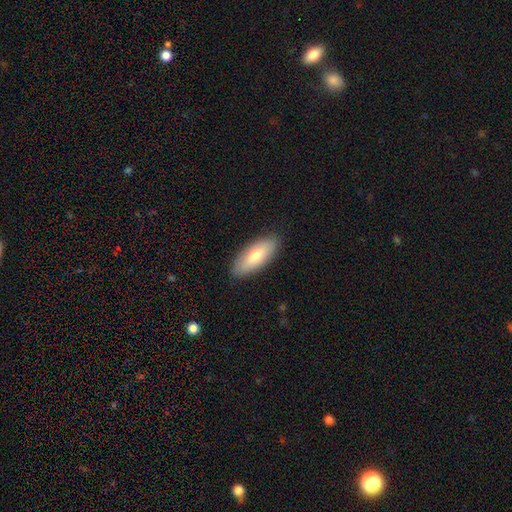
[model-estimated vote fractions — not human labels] Overall: smooth (72%). How rounded: in between (75%). Merging: none (89%).